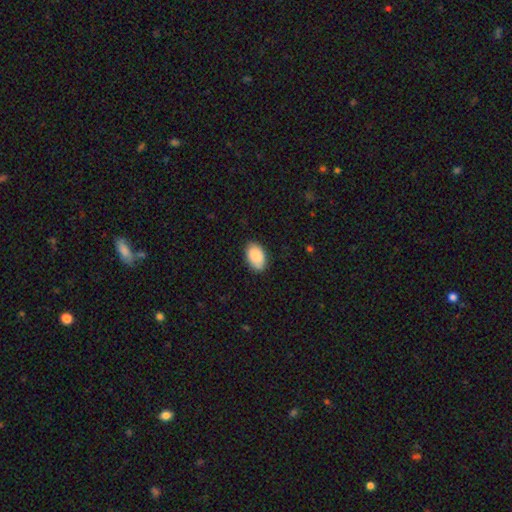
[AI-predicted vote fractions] This is clearly a smooth galaxy (85%). How rounded: clearly in between (93%). Merging: clearly none (82%).